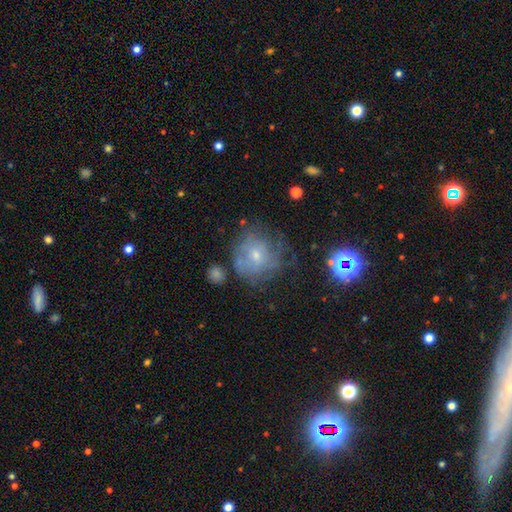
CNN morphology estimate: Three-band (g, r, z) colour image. It shows a featured or disk galaxy (49%). Merging: none (51%).